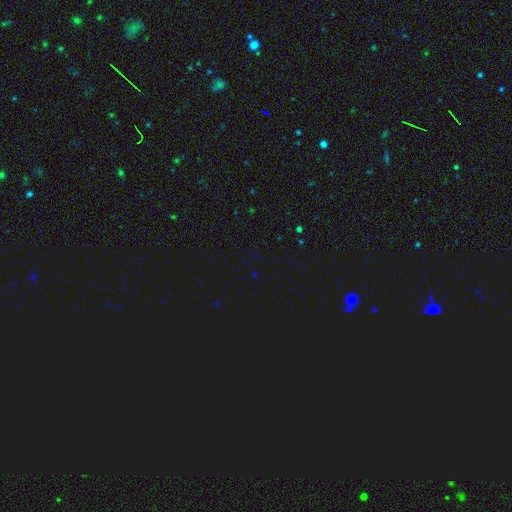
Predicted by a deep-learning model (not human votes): This is likely a star or artifact rather than a galaxy (71%).